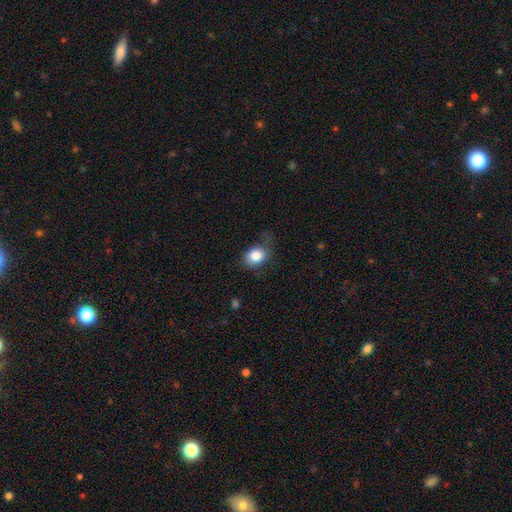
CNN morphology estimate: This appears to be a smooth galaxy with no disk features (84%) that is in between round and cigar-shaped (60%). Merging: none (61%).